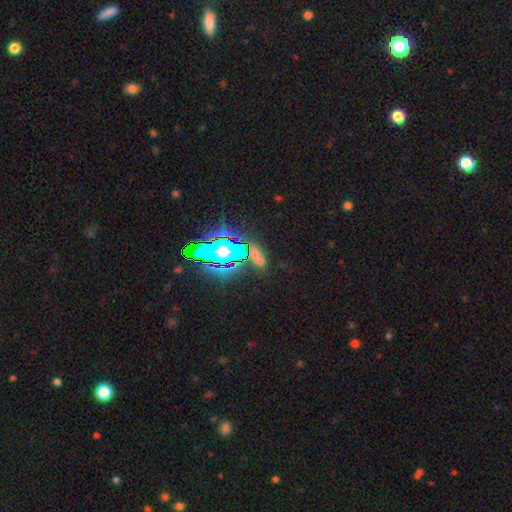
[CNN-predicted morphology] This is possibly a star or artifact rather than a galaxy (50%).